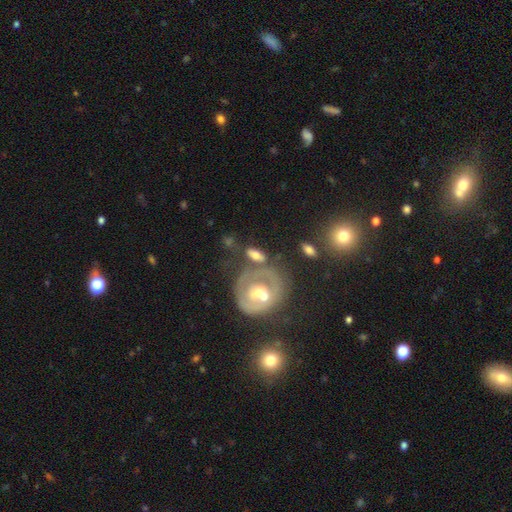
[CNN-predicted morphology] featured or disk 46%, smooth 45%, star or artifact 10%. Down the decision tree: merging — none (40%).